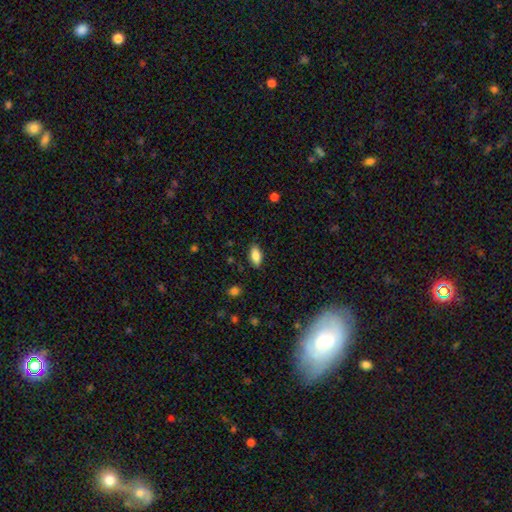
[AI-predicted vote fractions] Smooth or featured?
  - smooth: 85% *
  - featured or disk: 7%
  - star or artifact: 7%
How rounded?
  - in between: 87% *
  - cigar-shaped: 11%
  - round: 3%
Merging?
  - none: 85% *
  - minor disturbance: 11%
  - major disturbance: 3%
  - merger: 1%